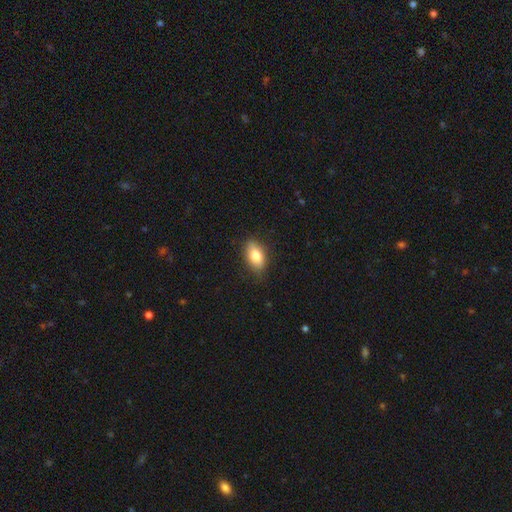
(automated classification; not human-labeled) Smooth or featured? smooth (80%)
How rounded? in between (87%)
Merging? none (82%)